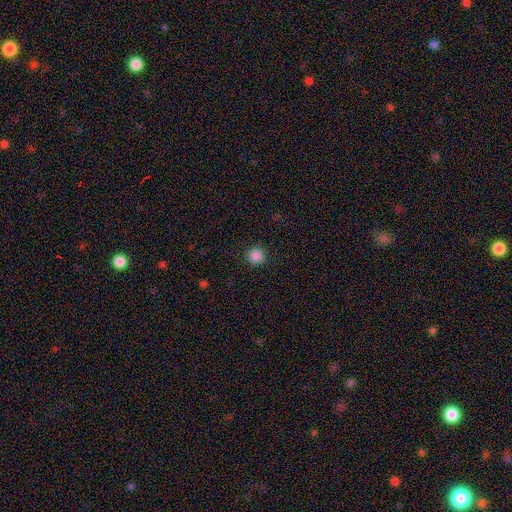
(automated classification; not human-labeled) This appears to be a smooth galaxy with no disk features (86%) that is round (95%). Merging: none (91%).